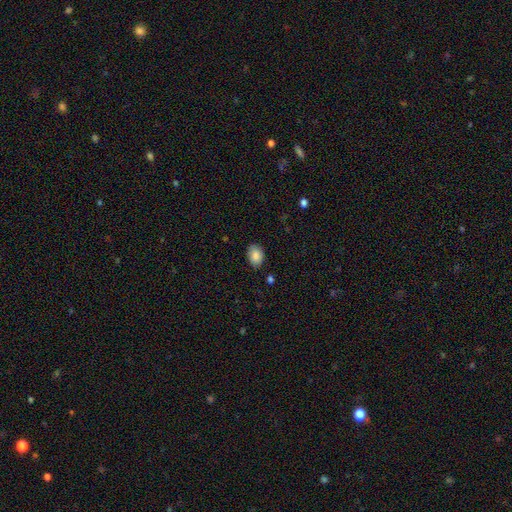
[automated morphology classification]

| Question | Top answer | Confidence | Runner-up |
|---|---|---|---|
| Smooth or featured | smooth | 87% | star or artifact (8%) |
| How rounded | in between | 78% | round (21%) |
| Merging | none | 82% | minor disturbance (14%) |